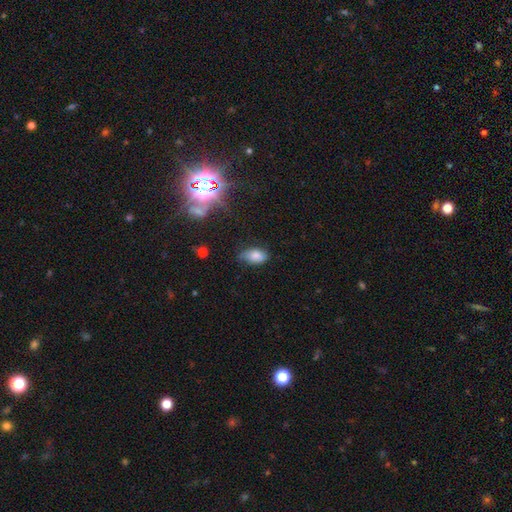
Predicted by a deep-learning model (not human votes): smooth 75%, featured or disk 14%, star or artifact 11%. Down the decision tree: how rounded — in between (91%); merging — none (52%).